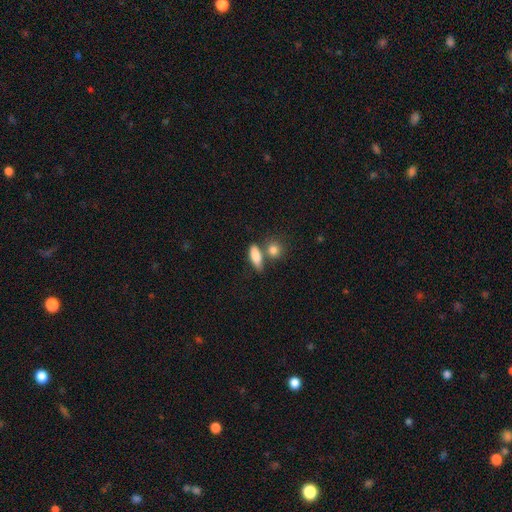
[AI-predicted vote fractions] smooth 84%, featured or disk 9%, star or artifact 7%. Down the decision tree: how rounded — in between (71%); merging — none (51%).